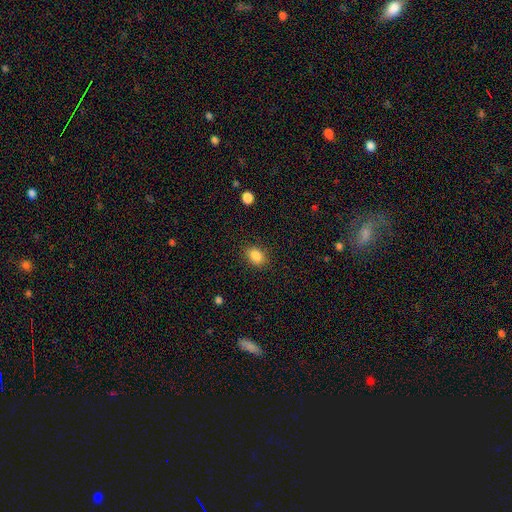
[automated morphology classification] A smooth galaxy with no disk features (86%) that is in between round and cigar-shaped (72%). Merging: none (86%).